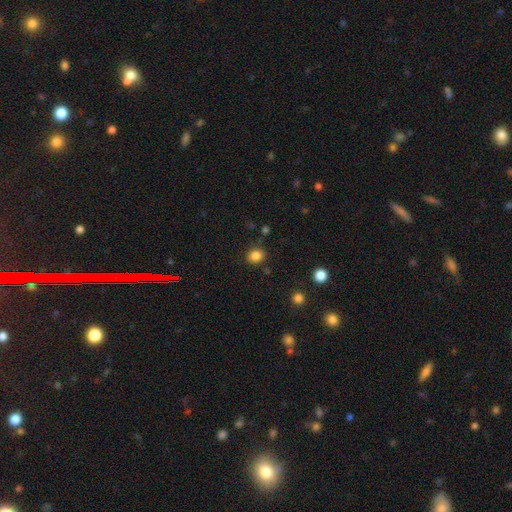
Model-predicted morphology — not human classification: This appears to be a smooth galaxy with no disk features (85%) that is round (70%). Merging: none (86%).